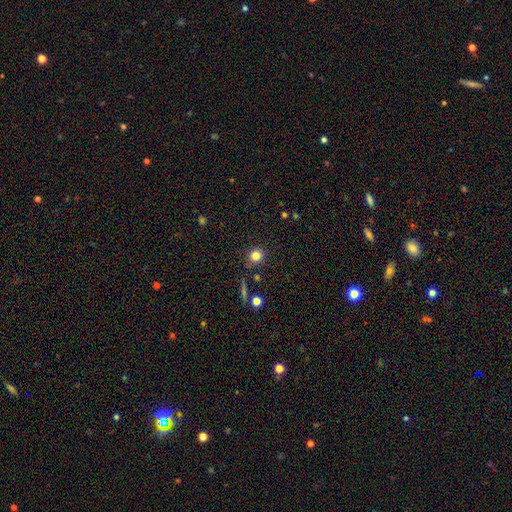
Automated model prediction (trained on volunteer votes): Q: Smooth or featured?
A: smooth (80%); runner-up: star or artifact (13%)
Q: How rounded?
A: round (85%); runner-up: in between (14%)
Q: Merging?
A: none (87%); runner-up: minor disturbance (8%)